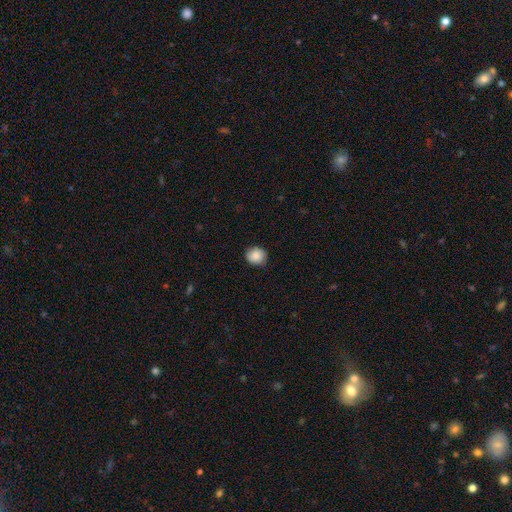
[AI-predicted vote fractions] Smooth or featured? smooth (86%)
How rounded? round (79%)
Merging? none (85%)